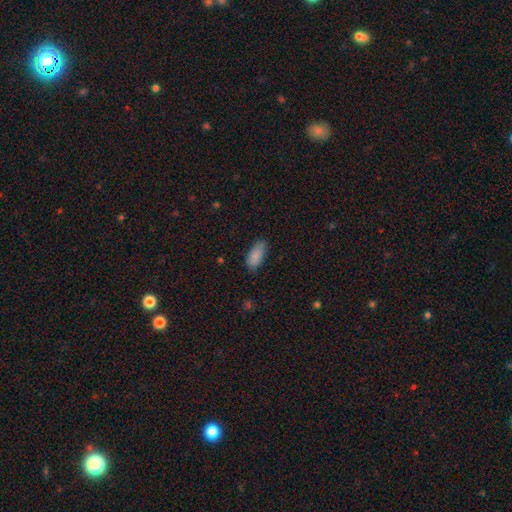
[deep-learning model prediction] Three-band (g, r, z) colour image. It shows a smooth galaxy with no disk features (88%) that is in between round and cigar-shaped (87%). Merging: none (78%).